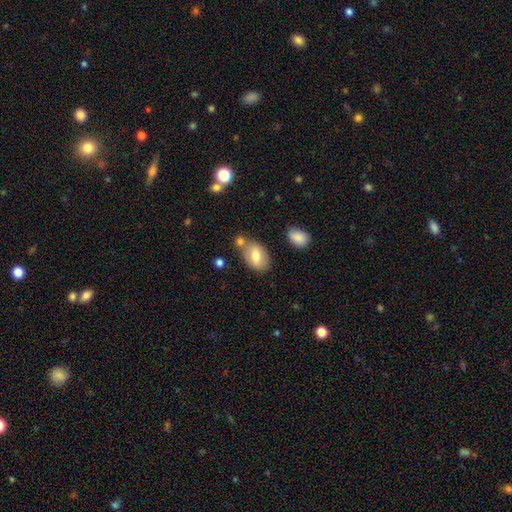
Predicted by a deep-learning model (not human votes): The model was most divided on "merging": none: 59%, merger: 20%, minor disturbance: 17%, major disturbance: 4%. More confident: how rounded — in between (90%); smooth or featured — smooth (73%).